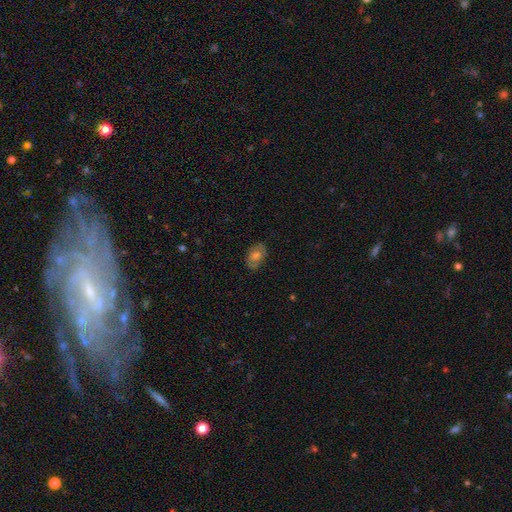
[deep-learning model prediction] The model was most divided on "smooth or featured": smooth: 54%, featured or disk: 35%, star or artifact: 11%. More confident: how rounded — in between (84%); merging — none (81%).